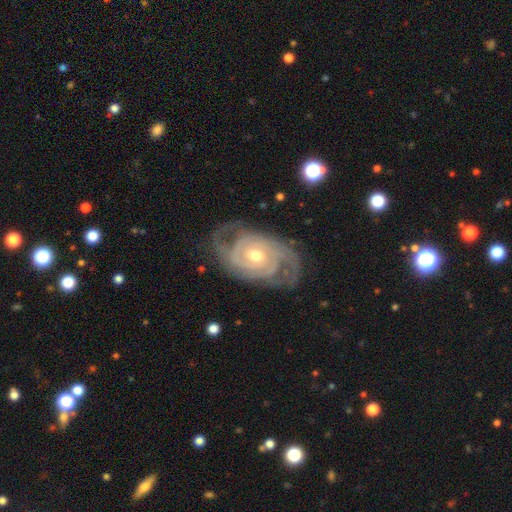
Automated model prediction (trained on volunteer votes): featured or disk 91%, smooth 5%, star or artifact 4%. Down the decision tree: edge-on disk — no (96%); bar — no (69%); spiral arms — yes (97%); spiral arm count — 2 (47%); spiral winding — tight (67%); bulge size — moderate (59%); merging — none (71%).